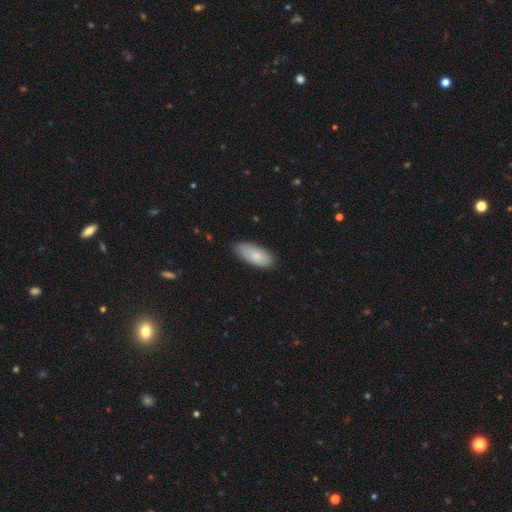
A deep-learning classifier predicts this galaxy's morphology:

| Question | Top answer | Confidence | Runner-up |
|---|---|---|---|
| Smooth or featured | smooth | 80% | featured or disk (14%) |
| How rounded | in between | 87% | cigar-shaped (11%) |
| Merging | none | 75% | minor disturbance (21%) |